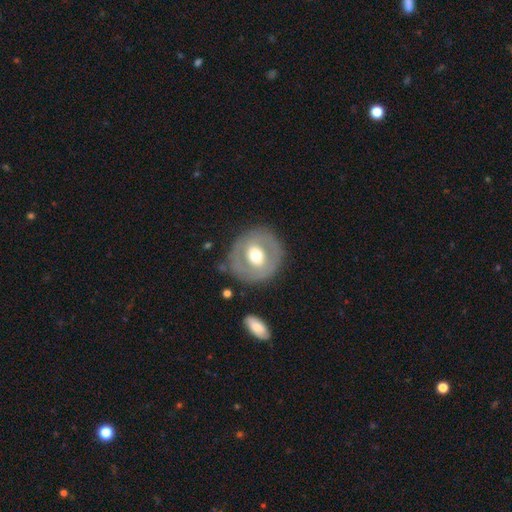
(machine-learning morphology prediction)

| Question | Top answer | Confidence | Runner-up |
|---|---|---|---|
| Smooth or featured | featured or disk | 48% | smooth (46%) |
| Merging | none | 81% | minor disturbance (11%) |